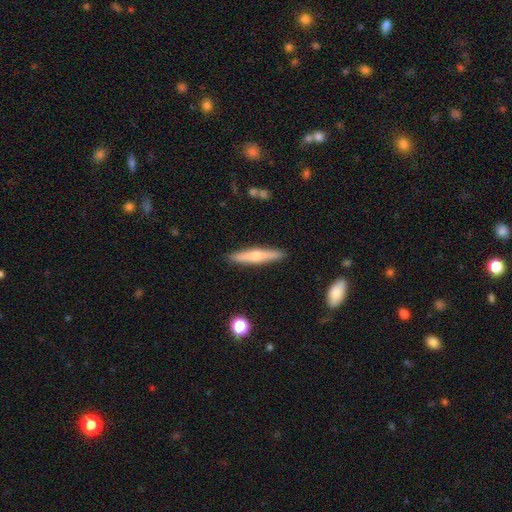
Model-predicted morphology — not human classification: Smooth or featured? Predicted: smooth (p=0.54). How rounded? Predicted: cigar-shaped (p=0.90). Merging? Predicted: none (p=0.90).